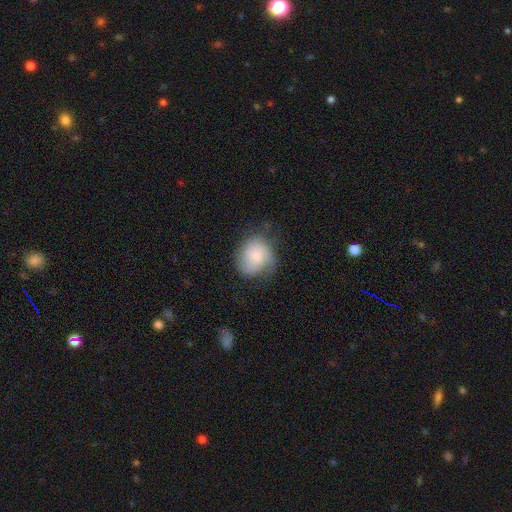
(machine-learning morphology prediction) Smooth or featured?
  - smooth: 62% *
  - featured or disk: 31%
  - star or artifact: 7%
How rounded?
  - round: 64% *
  - in between: 35%
  - cigar-shaped: 1%
Merging?
  - none: 58% *
  - minor disturbance: 29%
  - major disturbance: 11%
  - merger: 2%